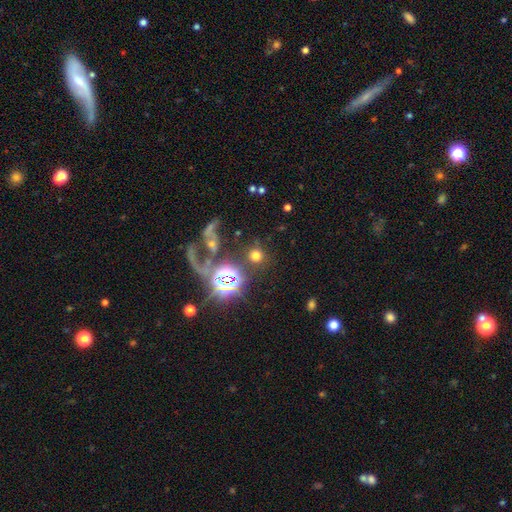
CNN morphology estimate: This appears to be a smooth galaxy with no disk features (60%) that is round (90%). Merging: none (75%).